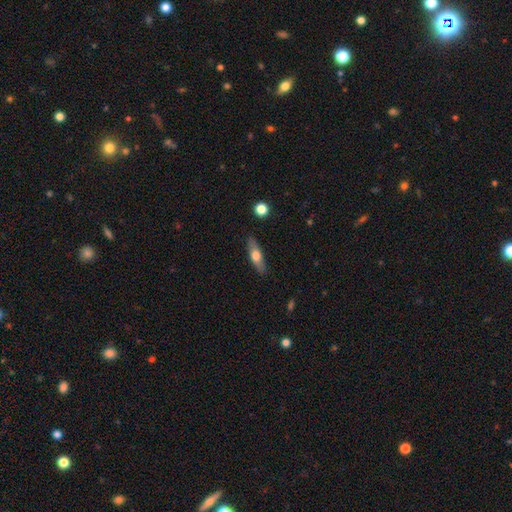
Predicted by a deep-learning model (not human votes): Smooth or featured? smooth (56%)
How rounded? cigar-shaped (55%)
Merging? none (87%)